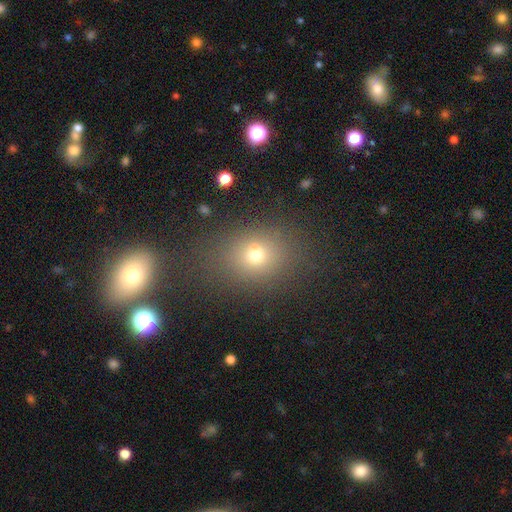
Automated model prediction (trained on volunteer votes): Smooth or featured: smooth — 66% (star or artifact — 19%)
How rounded: round — 51% (in between — 48%)
Merging: none — 60% (merger — 19%)